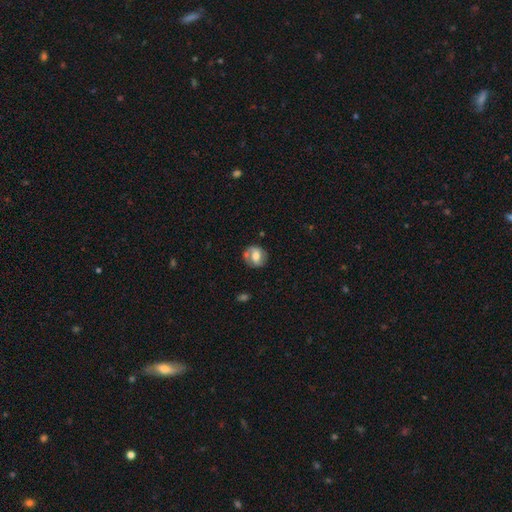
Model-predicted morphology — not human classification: Smooth or featured?
  - featured or disk: 48% *
  - smooth: 44%
  - star or artifact: 8%
Merging?
  - none: 63% *
  - minor disturbance: 21%
  - merger: 8%
  - major disturbance: 8%